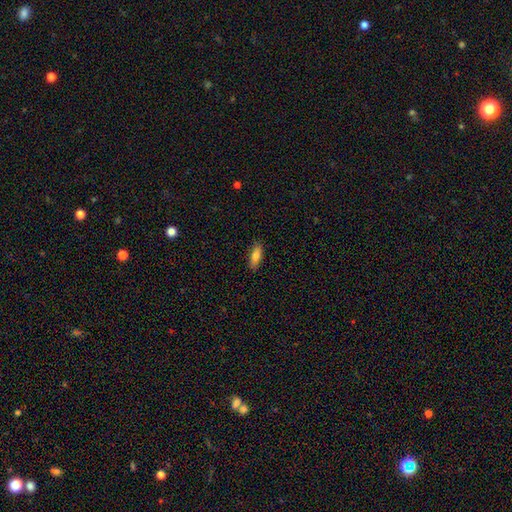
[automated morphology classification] A smooth galaxy with no disk features (78%) that is in between round and cigar-shaped (62%). Merging: none (87%).